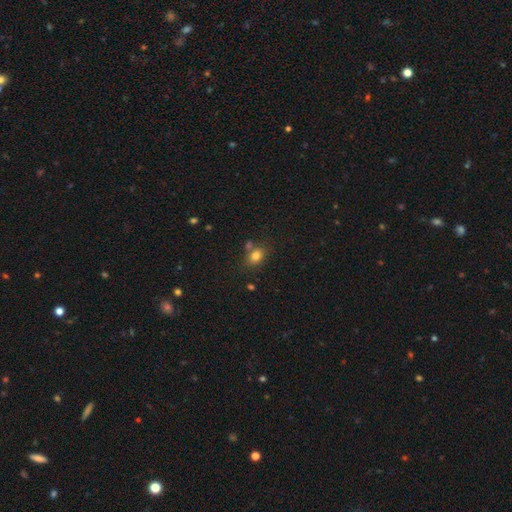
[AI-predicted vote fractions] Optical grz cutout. It shows a smooth galaxy with no disk features (80%) that is in between round and cigar-shaped (66%). Merging: none (66%).